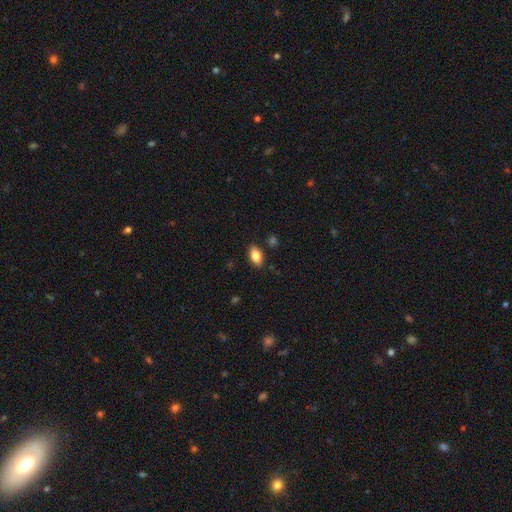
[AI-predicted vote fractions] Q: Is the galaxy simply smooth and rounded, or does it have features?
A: smooth — 82%.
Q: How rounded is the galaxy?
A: in between — 90%.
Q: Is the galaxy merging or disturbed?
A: none — 85%.